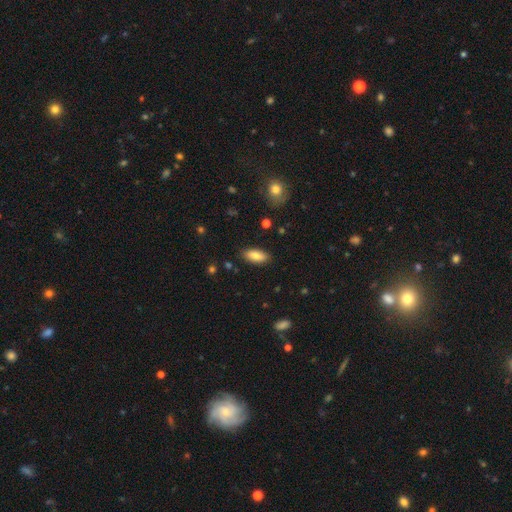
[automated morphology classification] smooth_or_featured: smooth (p=0.84) [alt: featured or disk p=0.09]
how_rounded: in between (p=0.84) [alt: cigar-shaped p=0.13]
merging: none (p=0.87) [alt: minor disturbance p=0.09]